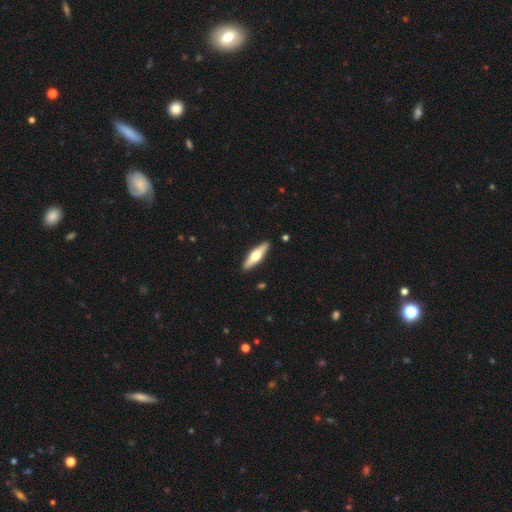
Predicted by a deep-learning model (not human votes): Morphology: type=featured or disk (56%); edge-on=yes (94%); edge-on bulge=rounded (95%); merging=none (91%).